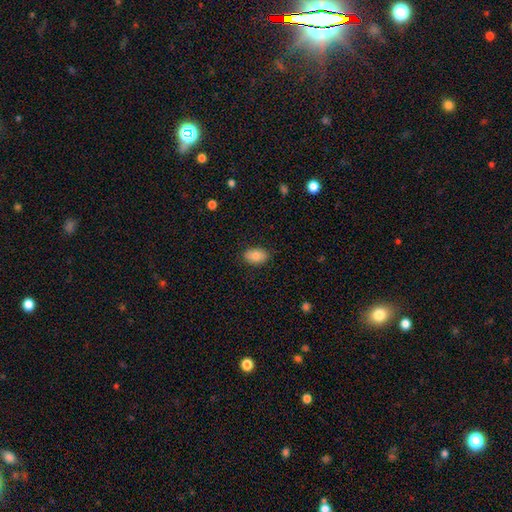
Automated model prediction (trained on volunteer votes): A smooth galaxy with no disk features (85%) that is in between round and cigar-shaped (87%). Merging: none (85%).